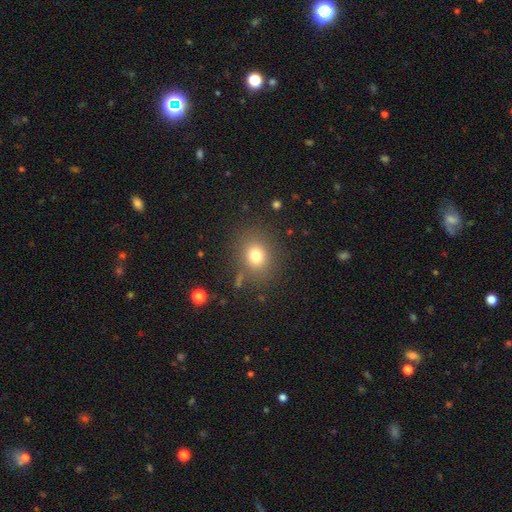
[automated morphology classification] This appears to be a smooth galaxy with no disk features (77%) that is round (69%). Merging: none (81%).